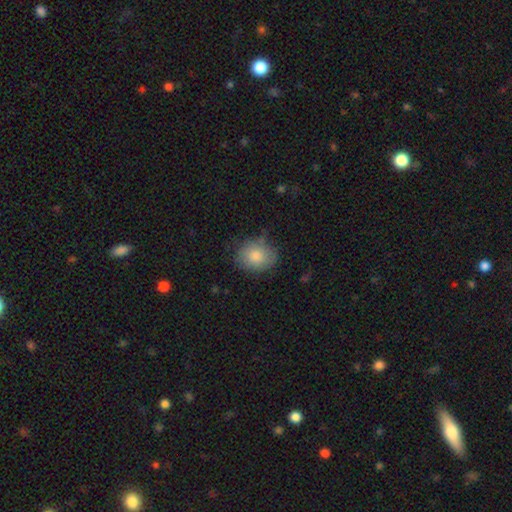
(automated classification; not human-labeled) Smooth or featured? smooth (83%)
How rounded? round (53%)
Merging? none (76%)